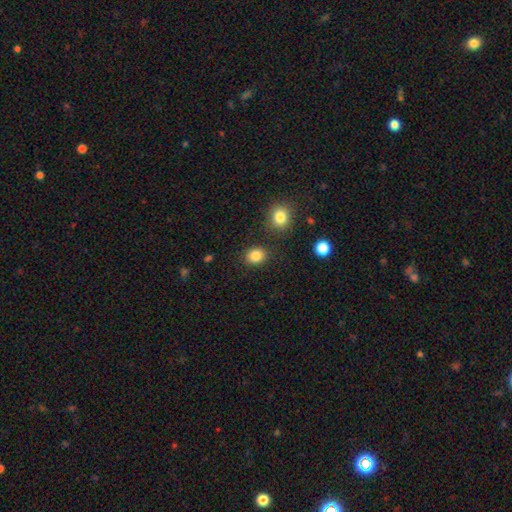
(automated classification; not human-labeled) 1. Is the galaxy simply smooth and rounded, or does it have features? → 85% smooth, 11% star or artifact, 5% featured or disk.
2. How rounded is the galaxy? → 61% round, 38% in between, 1% cigar-shaped.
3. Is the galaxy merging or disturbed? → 85% none, 8% minor disturbance, 4% merger, 3% major disturbance.